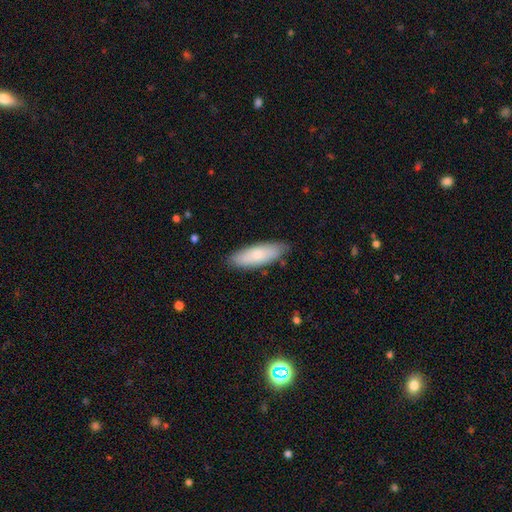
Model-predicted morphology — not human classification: Q: Smooth or featured?
A: smooth (73%); runner-up: featured or disk (21%)
Q: How rounded?
A: in between (62%); runner-up: cigar-shaped (36%)
Q: Merging?
A: none (84%); runner-up: minor disturbance (13%)